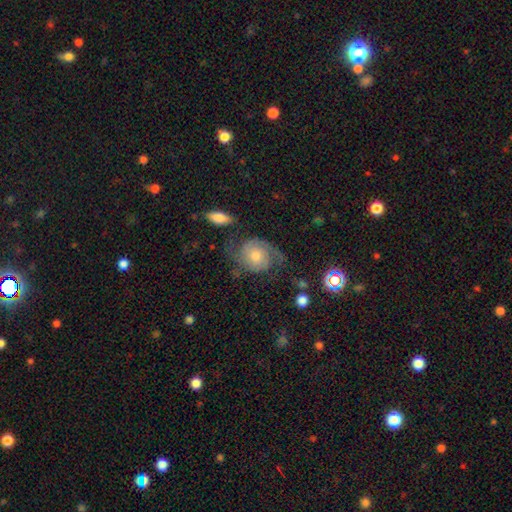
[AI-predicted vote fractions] Morphology: type=featured or disk (72%); edge-on=no (97%); bar=no (71%); spiral arms=yes (94%); winding=medium (44%); arm count=2 (79%); bulge=moderate (57%); merging=none (60%).